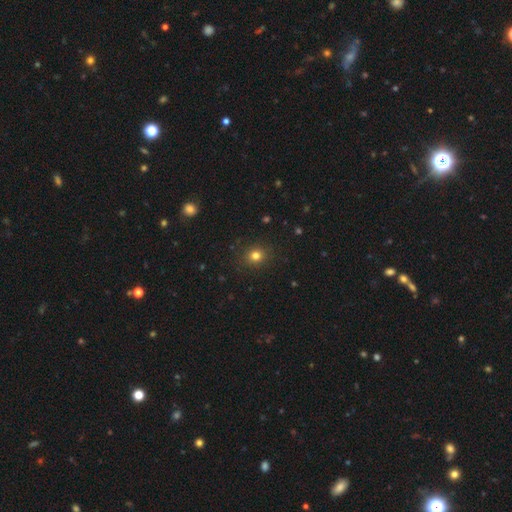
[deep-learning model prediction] smooth_or_featured: smooth (p=0.79) [alt: star or artifact p=0.15]
how_rounded: round (p=0.78) [alt: in between p=0.21]
merging: none (p=0.89) [alt: minor disturbance p=0.07]